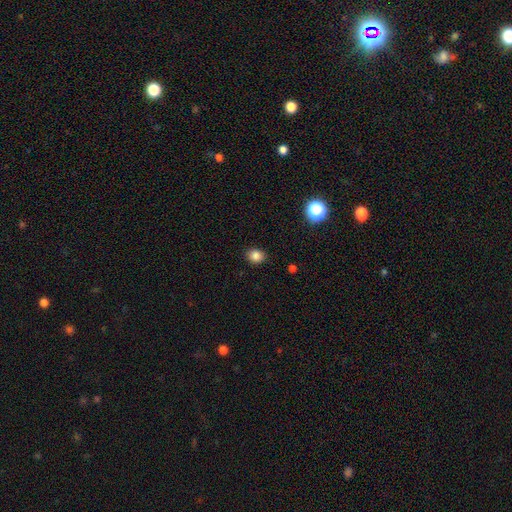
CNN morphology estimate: Smooth or featured: smooth — 84% (star or artifact — 12%)
How rounded: round — 57% (in between — 42%)
Merging: none — 88% (minor disturbance — 9%)